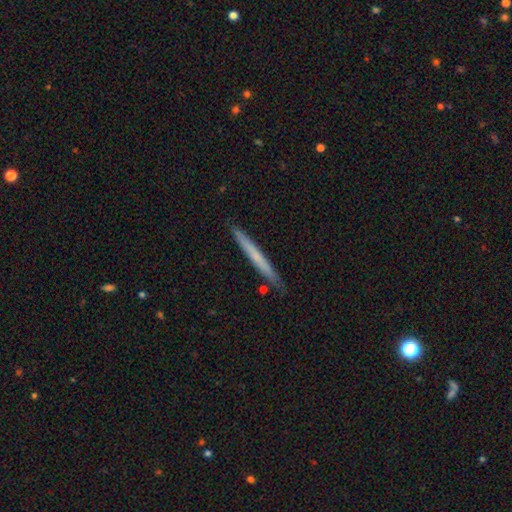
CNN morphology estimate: This appears to be a smooth galaxy with no disk features (54%) that is cigar-shaped (97%). Merging: none (89%).